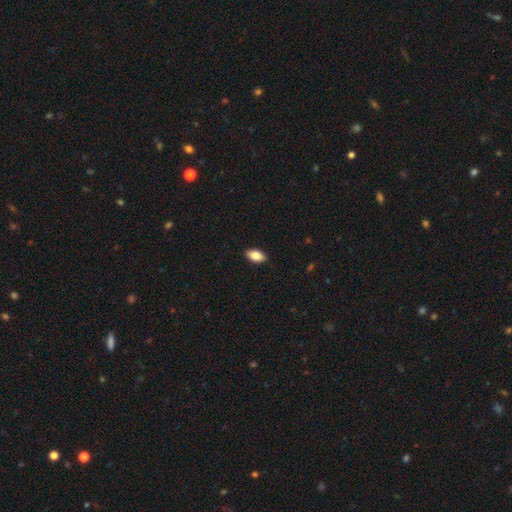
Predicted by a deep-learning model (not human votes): Morphology: type=smooth (82%); roundness=in between (92%); merging=none (90%).